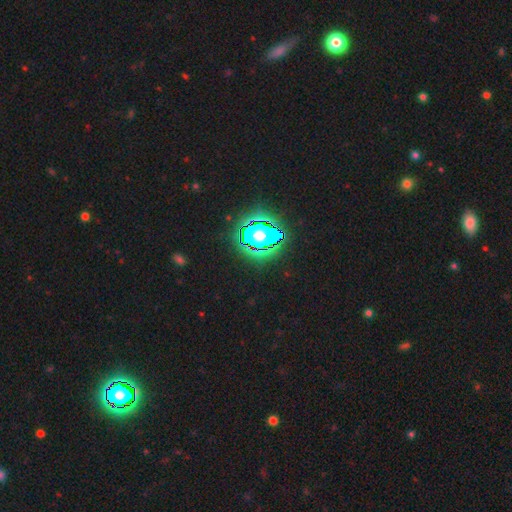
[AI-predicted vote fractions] The model was most divided on "smooth or featured": star or artifact: 83%, smooth: 11%, featured or disk: 6%.